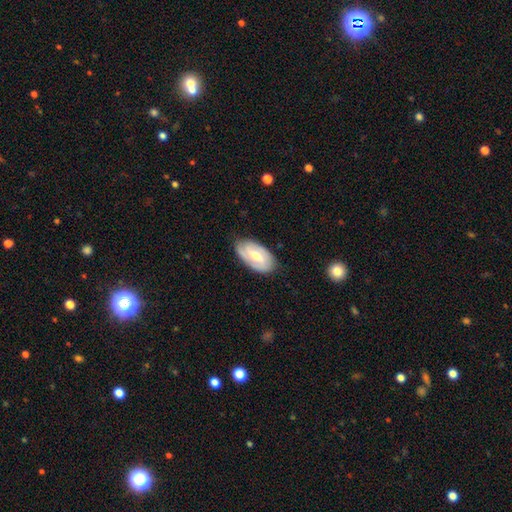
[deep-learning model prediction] Smooth or featured: featured or disk — 63% (smooth — 31%)
Edge-on disk: no — 93% (yes — 7%)
Bar: weak — 50% (no — 28%)
Spiral arms: yes — 79% (no — 21%)
Bulge size: moderate — 68% (small — 24%)
Merging: none — 76% (minor disturbance — 19%)